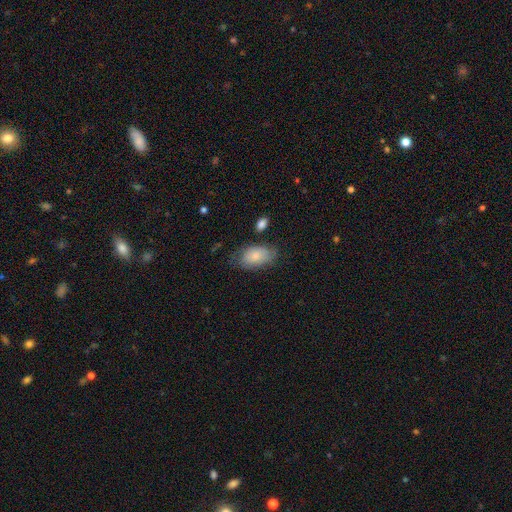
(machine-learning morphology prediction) smooth 80%, featured or disk 13%, star or artifact 7%. Down the decision tree: how rounded — in between (92%); merging — none (61%).